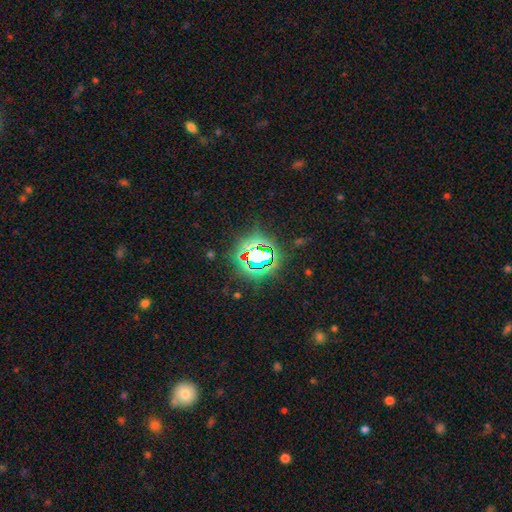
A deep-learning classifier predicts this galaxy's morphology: Smooth or featured?
  - star or artifact: 74% *
  - smooth: 15%
  - featured or disk: 11%